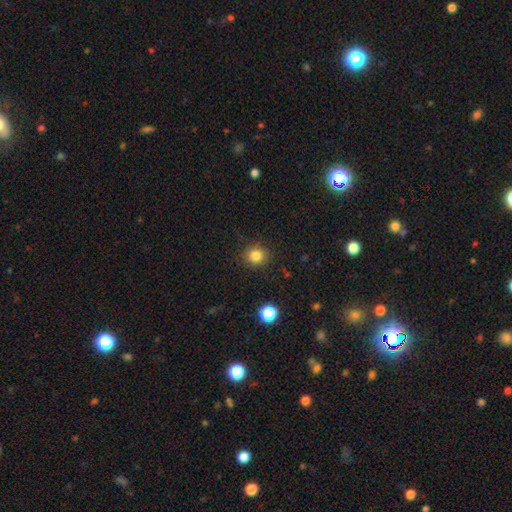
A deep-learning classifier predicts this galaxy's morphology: Q: Smooth or featured?
A: smooth (83%); runner-up: star or artifact (12%)
Q: How rounded?
A: round (88%); runner-up: in between (11%)
Q: Merging?
A: none (89%); runner-up: minor disturbance (7%)